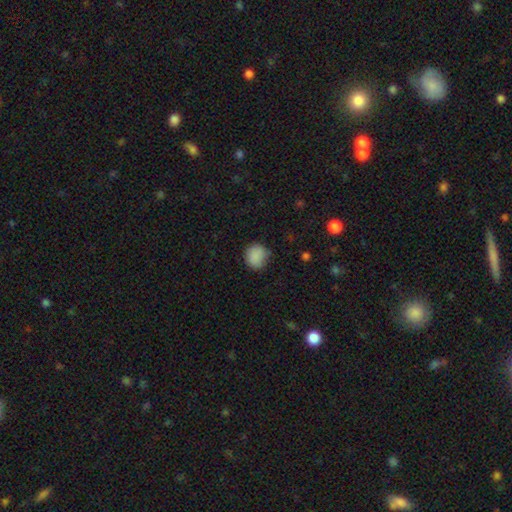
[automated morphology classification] A smooth galaxy with no disk features (86%) that is round (82%).

Vote fractions:
- Smooth or featured? smooth: 86% / star or artifact: 9% / featured or disk: 4%
- How rounded? round: 82% / in between: 18% / cigar-shaped: 1%
- Merging? none: 71% / minor disturbance: 23% / major disturbance: 5% / merger: 2%